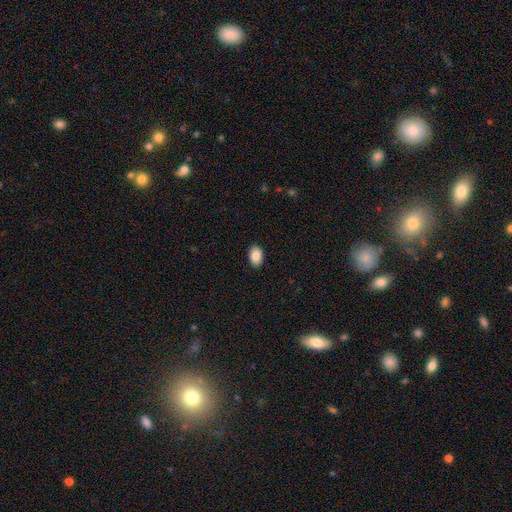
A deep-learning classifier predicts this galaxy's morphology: Smooth or featured?
  - smooth: 88% *
  - star or artifact: 7%
  - featured or disk: 5%
How rounded?
  - in between: 88% *
  - round: 11%
  - cigar-shaped: 1%
Merging?
  - none: 90% *
  - minor disturbance: 8%
  - major disturbance: 2%
  - merger: 1%